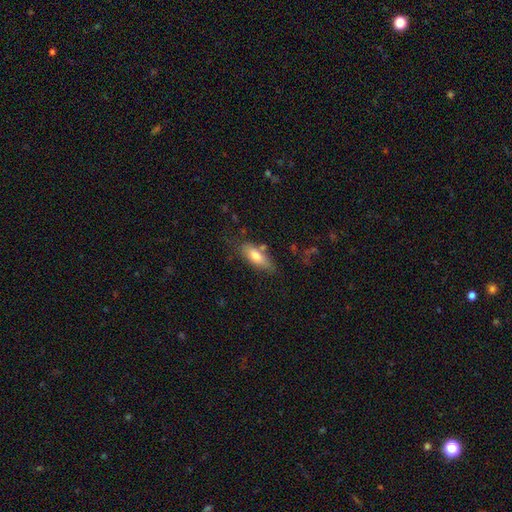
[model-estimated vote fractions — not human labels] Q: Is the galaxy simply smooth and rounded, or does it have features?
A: smooth — 74%.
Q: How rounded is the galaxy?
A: in between — 72%.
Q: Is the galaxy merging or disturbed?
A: none — 66%.